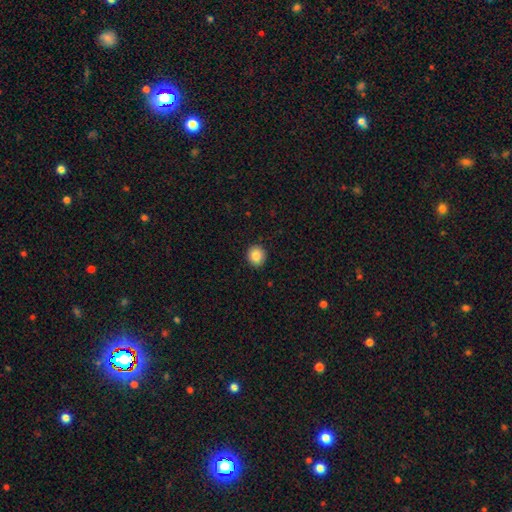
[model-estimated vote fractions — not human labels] Smooth or featured? smooth (86%)
How rounded? round (85%)
Merging? none (91%)